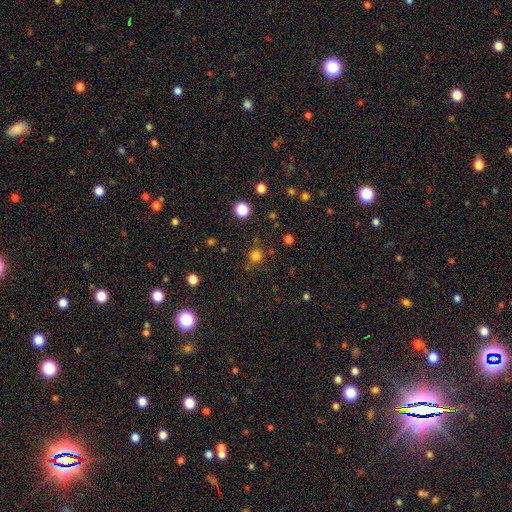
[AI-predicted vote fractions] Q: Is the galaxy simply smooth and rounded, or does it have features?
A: smooth — 78%.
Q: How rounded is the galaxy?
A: round — 93%.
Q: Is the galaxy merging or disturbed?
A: none — 80%.